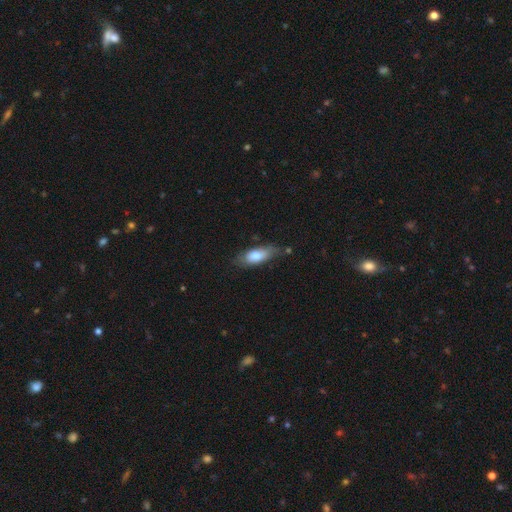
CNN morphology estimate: This appears to be a smooth galaxy with no disk features (75%) that is in between round and cigar-shaped (73%). Merging: none (64%).